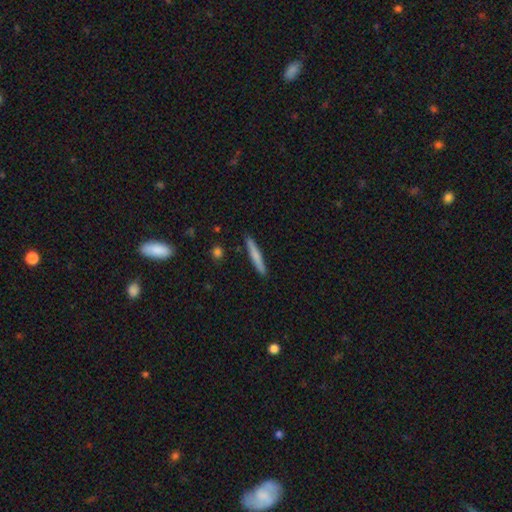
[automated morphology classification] Smooth or featured? smooth (68%)
How rounded? cigar-shaped (95%)
Merging? none (90%)